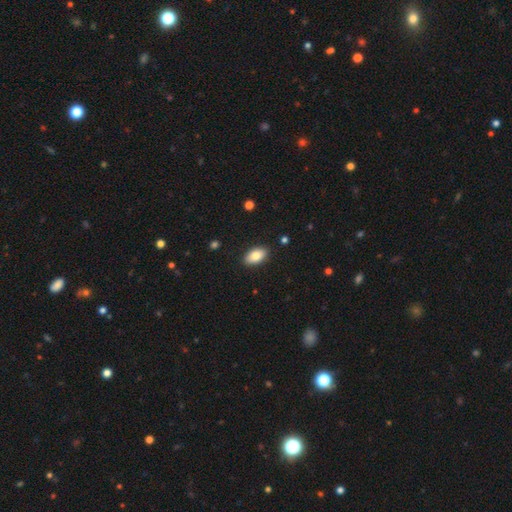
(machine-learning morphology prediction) Q: Smooth or featured?
A: smooth (82%); runner-up: featured or disk (11%)
Q: How rounded?
A: in between (93%); runner-up: round (4%)
Q: Merging?
A: none (89%); runner-up: minor disturbance (8%)